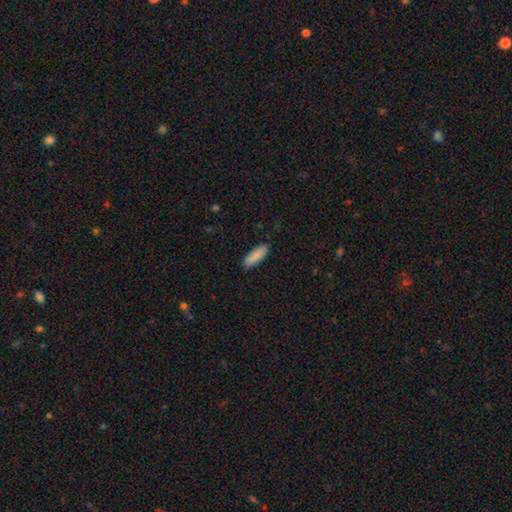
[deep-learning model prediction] Q: Smooth or featured?
A: smooth (88%); runner-up: featured or disk (6%)
Q: How rounded?
A: in between (56%); runner-up: cigar-shaped (43%)
Q: Merging?
A: none (88%); runner-up: minor disturbance (9%)